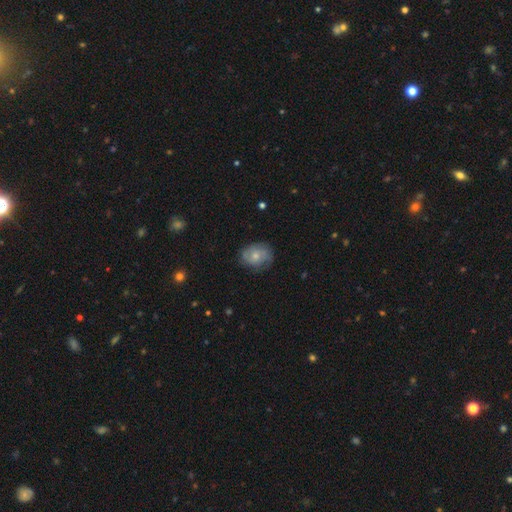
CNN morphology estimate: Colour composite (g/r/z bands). It shows a smooth galaxy with no disk features (47%). Merging: none (71%).